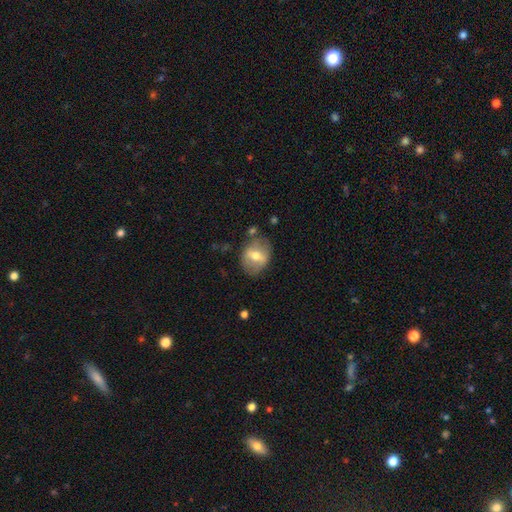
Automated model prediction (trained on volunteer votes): Smooth or featured?
  - featured or disk: 48% *
  - smooth: 44%
  - star or artifact: 8%
Merging?
  - none: 73% *
  - minor disturbance: 16%
  - major disturbance: 6%
  - merger: 4%